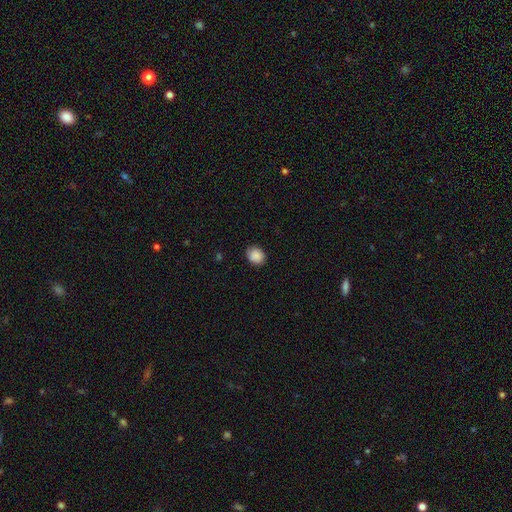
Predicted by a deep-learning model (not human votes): Overall: smooth (88%). How rounded: round (68%; in between 31%). Merging: none (85%).